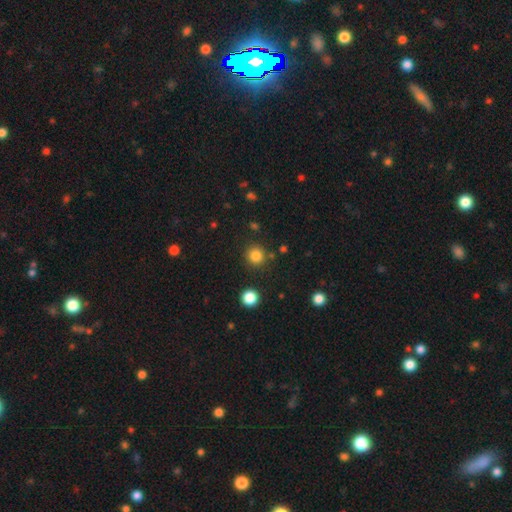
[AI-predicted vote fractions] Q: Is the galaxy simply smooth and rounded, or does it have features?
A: smooth — 82%.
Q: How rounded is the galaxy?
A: round — 93%.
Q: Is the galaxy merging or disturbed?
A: none — 87%.